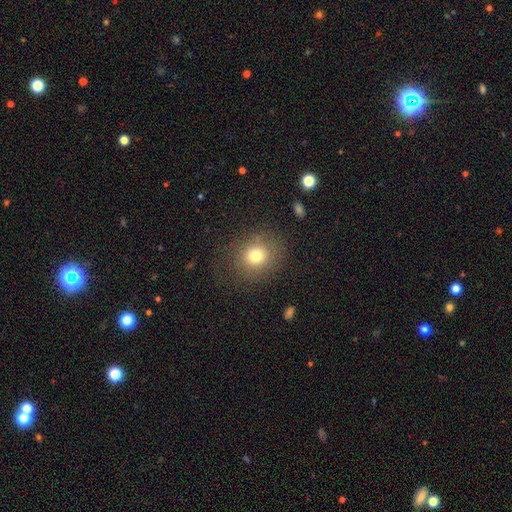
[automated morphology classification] smooth-or-featured: smooth: 76% | star or artifact: 13% | featured or disk: 11%
  how-rounded: round: 76% | in between: 23% | cigar-shaped: 1%
  merging: none: 79% | minor disturbance: 12% | major disturbance: 8% | merger: 1%